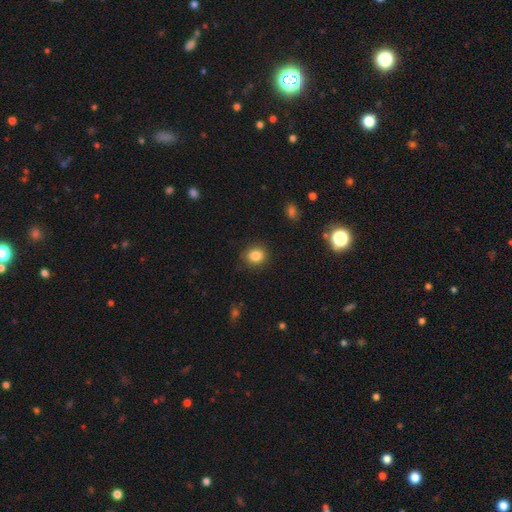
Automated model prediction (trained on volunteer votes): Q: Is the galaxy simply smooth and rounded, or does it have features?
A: smooth — 84%.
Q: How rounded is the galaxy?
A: round — 74%.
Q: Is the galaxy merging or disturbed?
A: none — 87%.